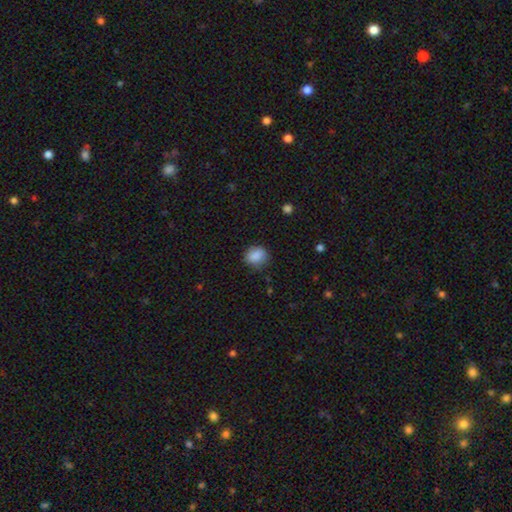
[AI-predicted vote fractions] The model was most divided on "how rounded": round: 60%, in between: 39%, cigar-shaped: 1%. More confident: smooth or featured — smooth (87%); merging — none (78%).